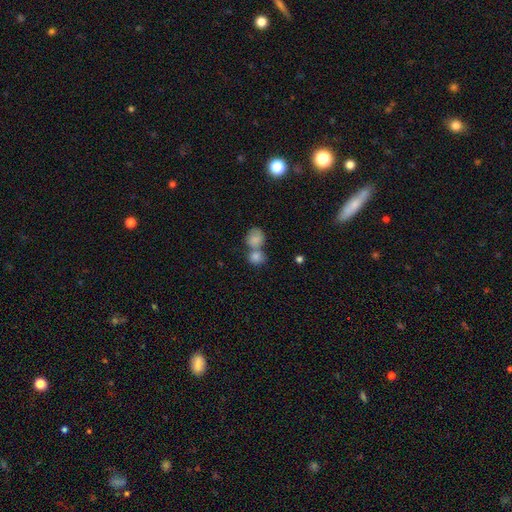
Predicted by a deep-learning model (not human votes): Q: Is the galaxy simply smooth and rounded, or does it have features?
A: smooth — 74%.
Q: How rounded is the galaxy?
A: round — 74%.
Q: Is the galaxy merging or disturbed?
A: merger — 51%.